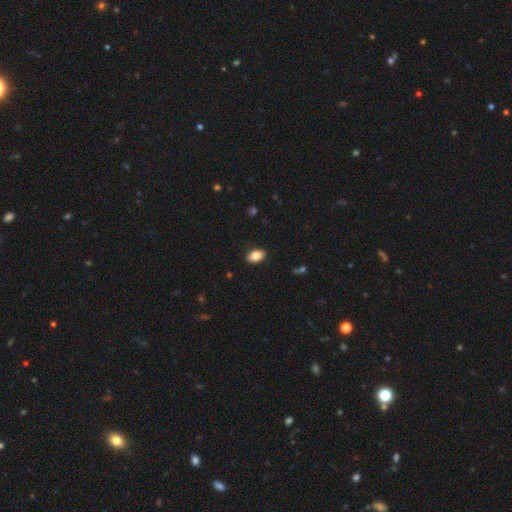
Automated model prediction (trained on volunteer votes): Q: Smooth or featured?
A: smooth (86%); runner-up: star or artifact (8%)
Q: How rounded?
A: in between (88%); runner-up: round (11%)
Q: Merging?
A: none (88%); runner-up: minor disturbance (8%)